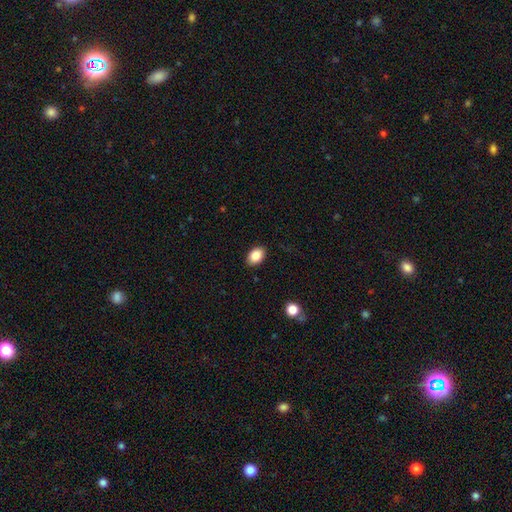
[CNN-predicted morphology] smooth_or_featured: smooth (p=0.87) [alt: star or artifact p=0.08]
how_rounded: in between (p=0.84) [alt: round p=0.15]
merging: none (p=0.89) [alt: minor disturbance p=0.08]